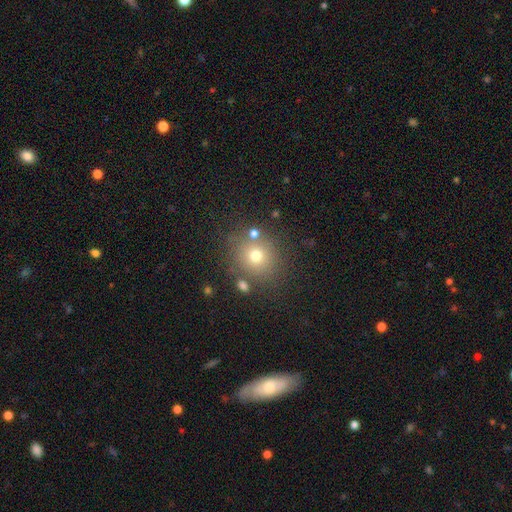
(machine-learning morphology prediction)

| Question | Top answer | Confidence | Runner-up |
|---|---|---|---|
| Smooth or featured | smooth | 71% | star or artifact (16%) |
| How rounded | round | 86% | in between (13%) |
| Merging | none | 76% | minor disturbance (11%) |